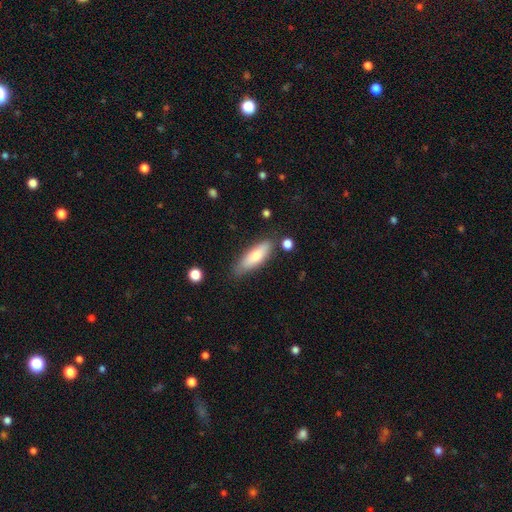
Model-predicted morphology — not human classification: Overall: smooth (72%). How rounded: in between (50%; cigar-shaped 48%). Merging: none (77%).